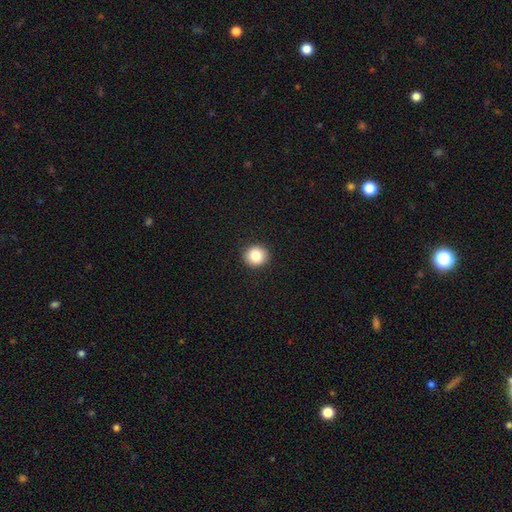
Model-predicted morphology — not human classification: smooth_or_featured: smooth (p=0.85) [alt: star or artifact p=0.10]
how_rounded: round (p=0.90) [alt: in between p=0.09]
merging: none (p=0.93) [alt: minor disturbance p=0.05]